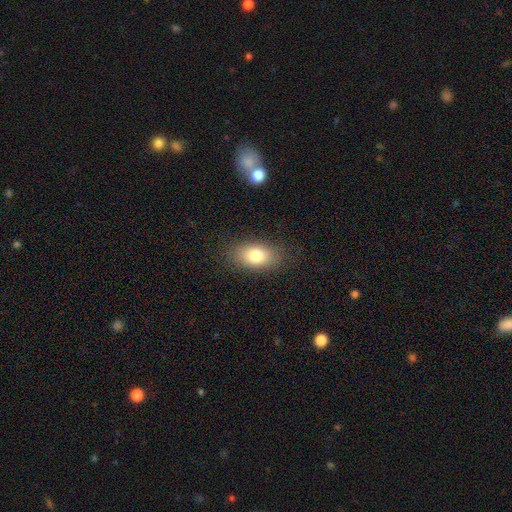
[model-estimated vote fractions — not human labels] A smooth galaxy with no disk features (79%) that is in between round and cigar-shaped (87%). Merging: none (84%).